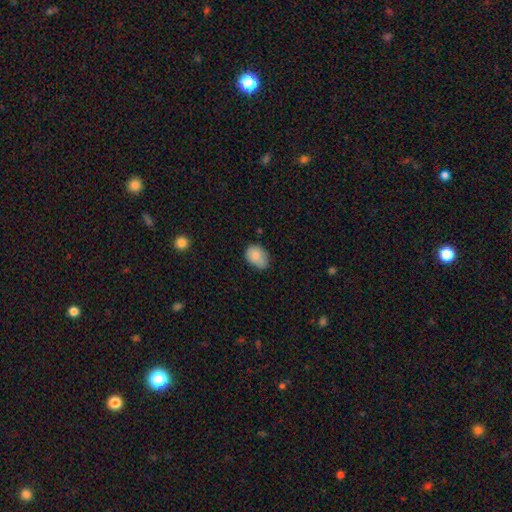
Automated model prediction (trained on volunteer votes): Smooth or featured? smooth (82%)
How rounded? in between (74%)
Merging? none (53%)